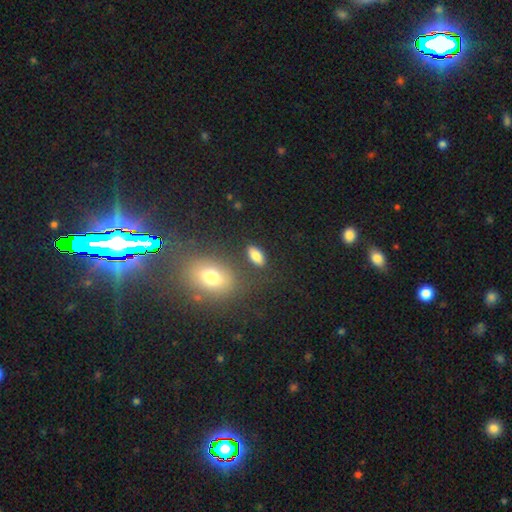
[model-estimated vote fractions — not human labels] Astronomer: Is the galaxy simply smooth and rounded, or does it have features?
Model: smooth — 83%.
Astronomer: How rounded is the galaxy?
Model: in between — 87%.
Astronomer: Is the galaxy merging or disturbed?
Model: none — 80%.